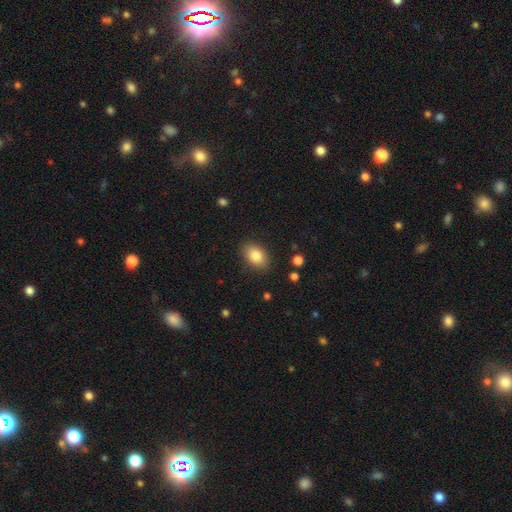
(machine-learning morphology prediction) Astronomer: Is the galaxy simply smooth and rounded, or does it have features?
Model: smooth — 85%.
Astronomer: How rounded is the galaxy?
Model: in between — 86%.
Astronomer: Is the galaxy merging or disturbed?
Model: none — 86%.